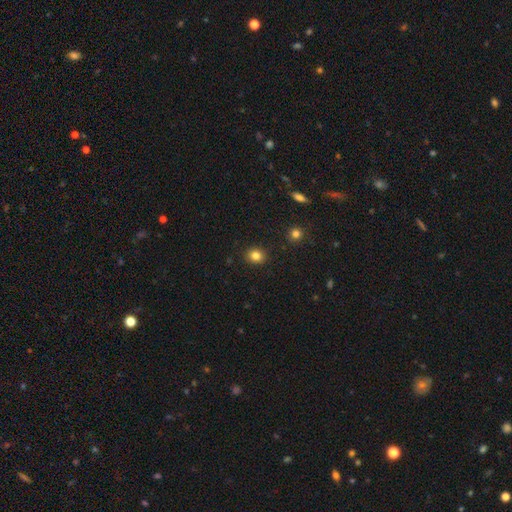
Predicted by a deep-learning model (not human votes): This is clearly a smooth galaxy (82%). How rounded: likely round (69%). Merging: clearly none (90%).